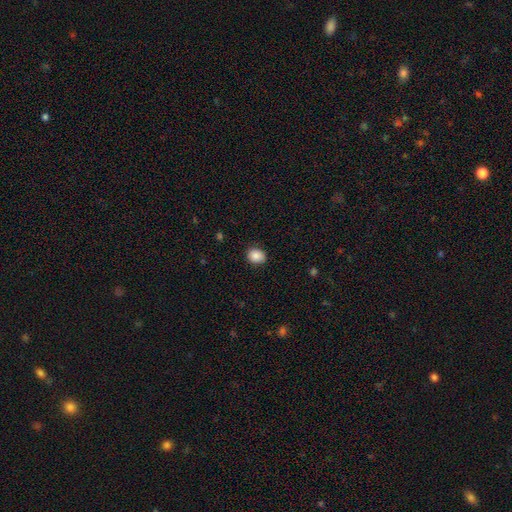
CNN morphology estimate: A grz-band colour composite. It shows a smooth galaxy with no disk features (87%) that is round (50%). Merging: none (87%).